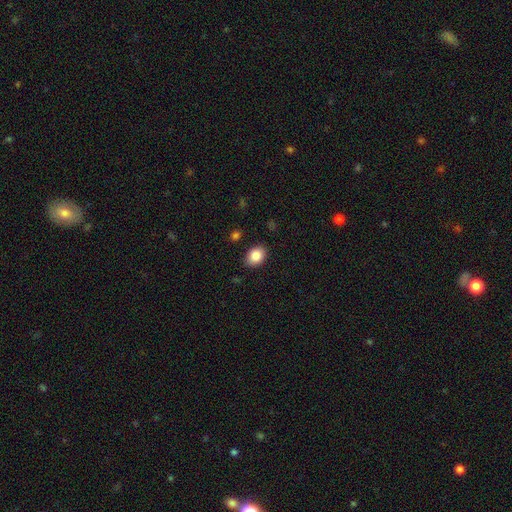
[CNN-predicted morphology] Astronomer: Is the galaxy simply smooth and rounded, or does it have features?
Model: smooth — 86%.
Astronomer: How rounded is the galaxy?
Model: in between — 75%.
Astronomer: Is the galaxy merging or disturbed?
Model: none — 85%.